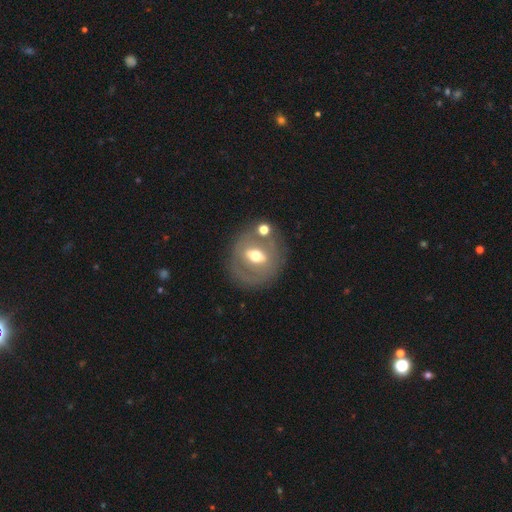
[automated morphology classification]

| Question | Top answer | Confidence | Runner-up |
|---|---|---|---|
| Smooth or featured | featured or disk | 50% | smooth (38%) |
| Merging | none | 71% | minor disturbance (13%) |